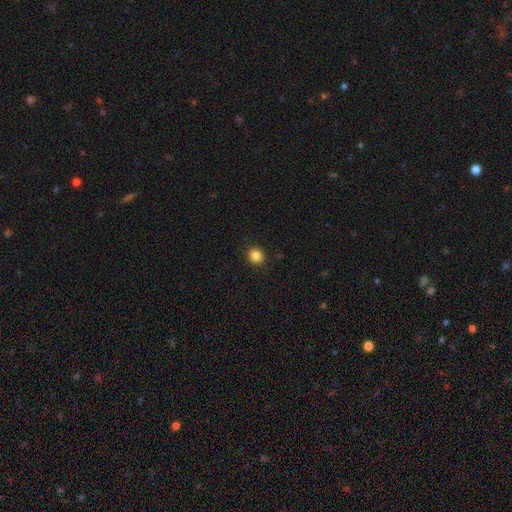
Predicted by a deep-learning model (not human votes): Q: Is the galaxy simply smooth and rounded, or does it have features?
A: smooth — 85%.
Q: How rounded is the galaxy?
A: round — 81%.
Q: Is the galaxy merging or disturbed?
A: none — 92%.